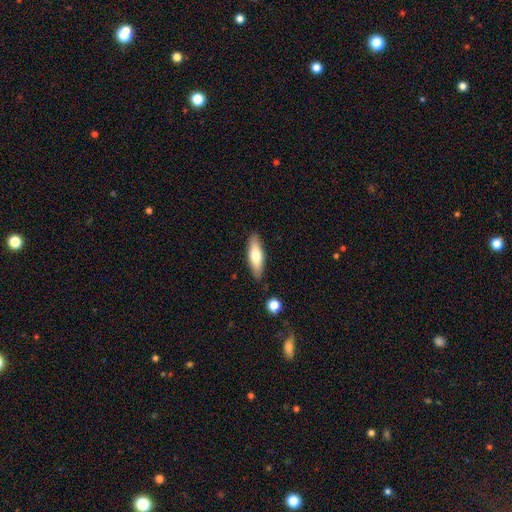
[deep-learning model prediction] smooth 66%, featured or disk 28%, star or artifact 6%. Down the decision tree: how rounded — cigar-shaped (52%); merging — none (85%).